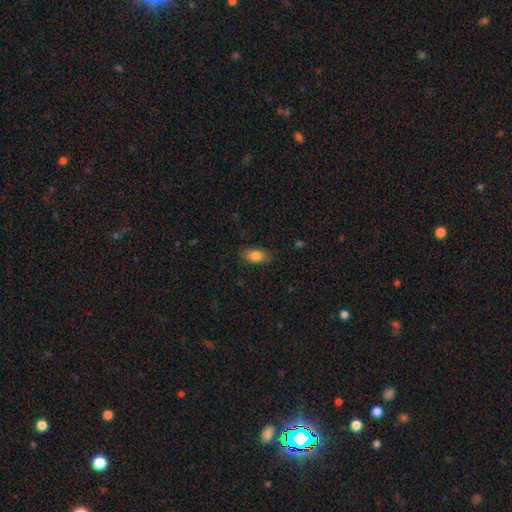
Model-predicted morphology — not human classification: This appears to be a smooth galaxy with no disk features (83%) that is in between round and cigar-shaped (87%). Merging: none (83%).